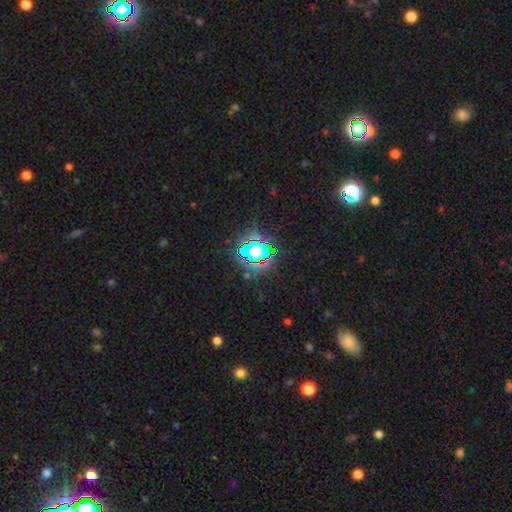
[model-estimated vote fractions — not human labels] star or artifact 70%, smooth 18%, featured or disk 12%.